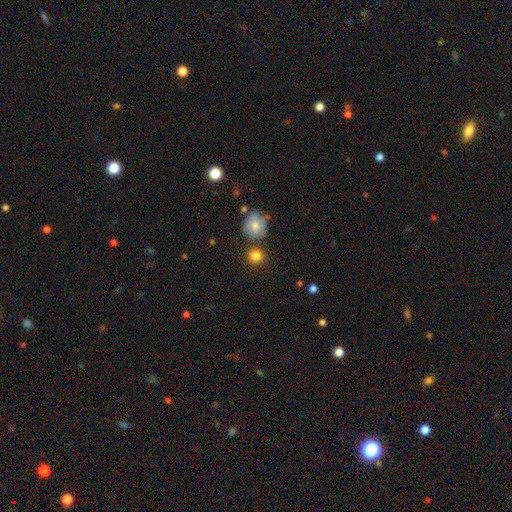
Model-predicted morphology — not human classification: Smooth or featured? smooth (83%)
How rounded? round (89%)
Merging? none (77%)